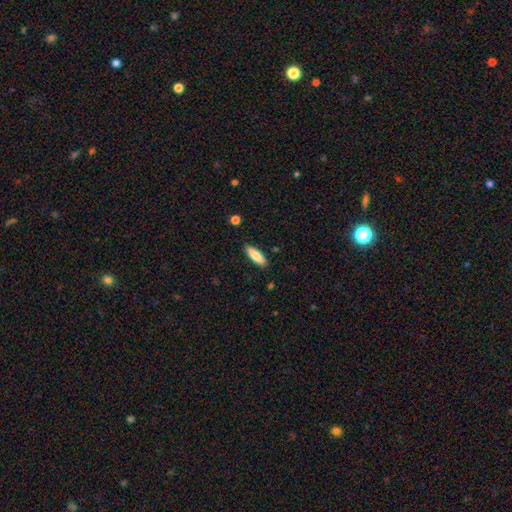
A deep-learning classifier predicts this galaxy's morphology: The model was most divided on "how rounded": in between: 54%, cigar-shaped: 44%, round: 2%. More confident: merging — none (88%); smooth or featured — smooth (82%).